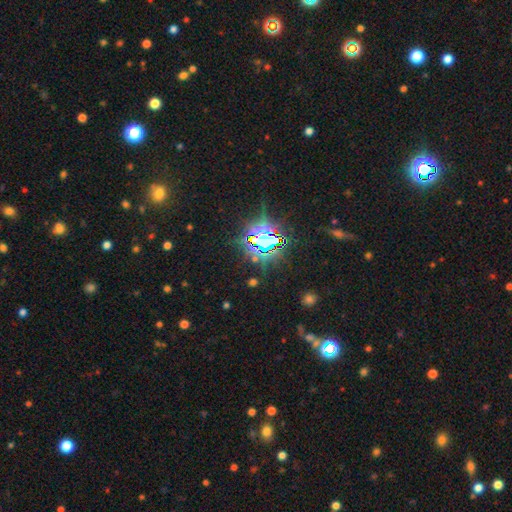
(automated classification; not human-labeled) smooth_or_featured: star or artifact (p=0.82) [alt: smooth p=0.10]